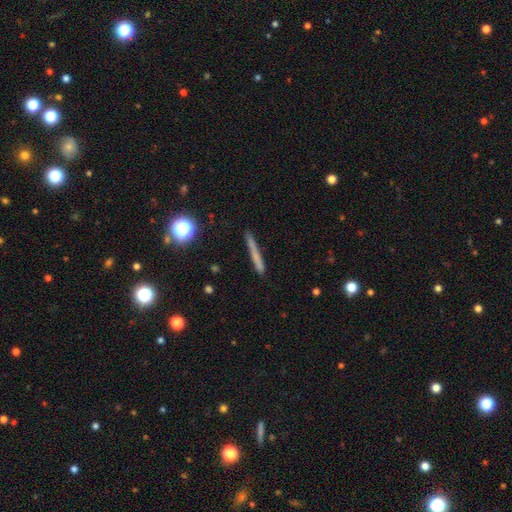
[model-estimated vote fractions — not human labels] smooth-or-featured: smooth: 61% | featured or disk: 29% | star or artifact: 10%
  how-rounded: cigar-shaped: 95% | in between: 3% | round: 3%
  merging: none: 86% | minor disturbance: 10% | major disturbance: 2% | merger: 2%